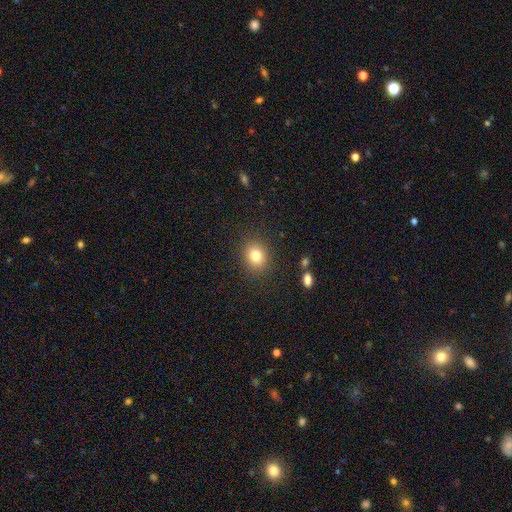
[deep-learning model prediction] Overall: smooth (80%). How rounded: round (67%; in between 33%). Merging: none (88%).